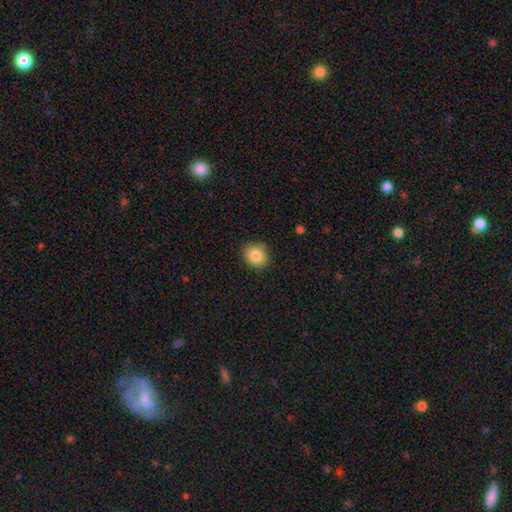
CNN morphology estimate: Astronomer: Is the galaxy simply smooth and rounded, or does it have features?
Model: smooth — 85%.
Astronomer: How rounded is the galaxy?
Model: round — 66%.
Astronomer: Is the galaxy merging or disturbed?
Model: none — 85%.